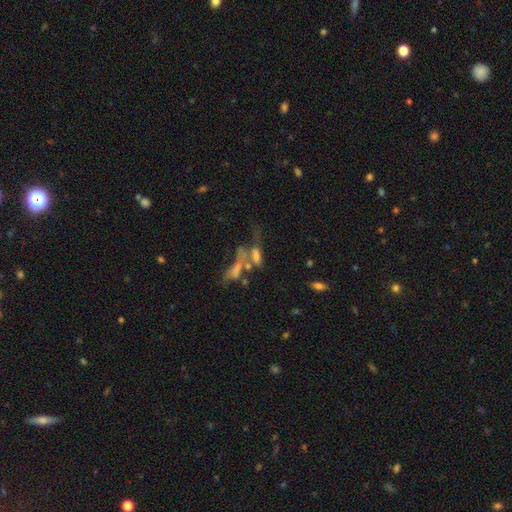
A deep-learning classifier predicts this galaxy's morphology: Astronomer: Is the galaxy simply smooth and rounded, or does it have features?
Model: smooth — 48% (runner-up: featured or disk, 36%).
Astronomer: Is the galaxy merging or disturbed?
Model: merger — 52%.